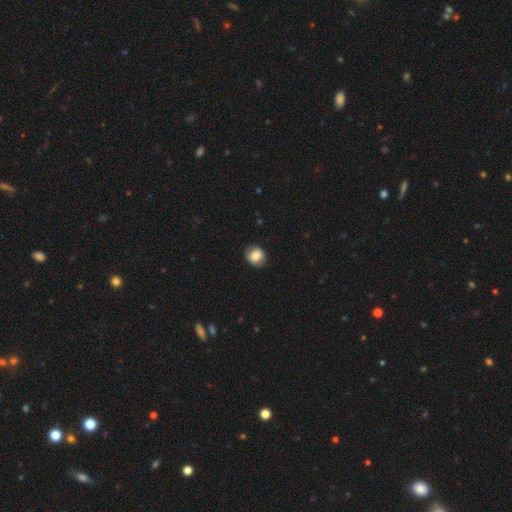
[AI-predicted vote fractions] Smooth or featured: smooth — 82% (featured or disk — 10%)
How rounded: round — 70% (in between — 29%)
Merging: none — 83% (minor disturbance — 13%)